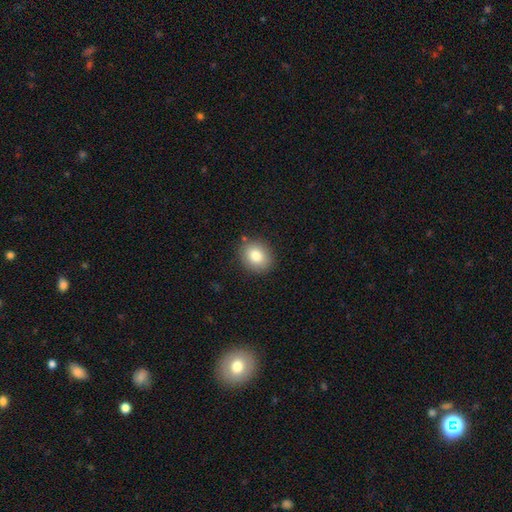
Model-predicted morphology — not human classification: This is clearly a smooth galaxy (82%). How rounded: possibly round (60%). Merging: clearly none (87%).